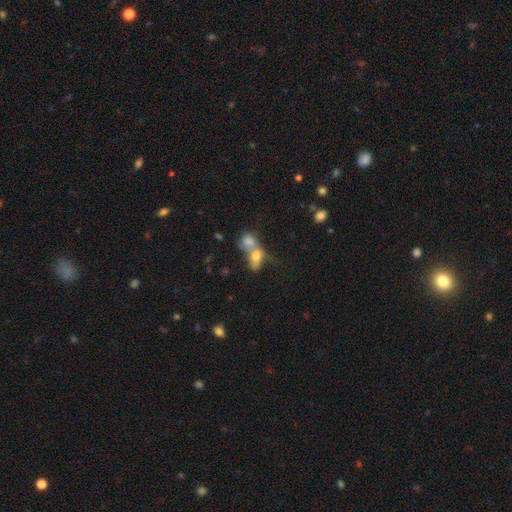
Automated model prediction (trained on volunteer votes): smooth 66%, featured or disk 22%, star or artifact 12%. Down the decision tree: how rounded — in between (61%); merging — merger (75%).